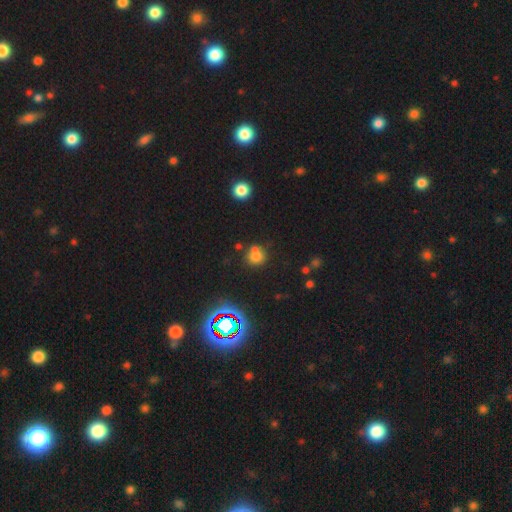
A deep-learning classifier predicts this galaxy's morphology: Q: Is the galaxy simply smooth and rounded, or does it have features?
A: smooth — 66%.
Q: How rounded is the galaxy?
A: round — 84%.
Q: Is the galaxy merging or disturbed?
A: none — 56%.